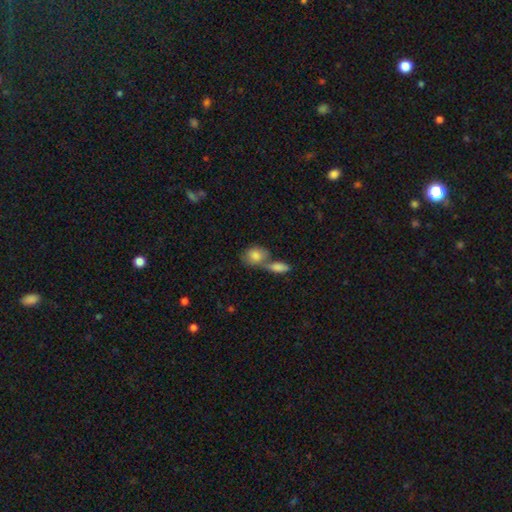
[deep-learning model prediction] Smooth or featured?
  - smooth: 82% *
  - featured or disk: 11%
  - star or artifact: 7%
How rounded?
  - in between: 64% *
  - round: 34%
  - cigar-shaped: 3%
Merging?
  - merger: 51% *
  - none: 34%
  - minor disturbance: 10%
  - major disturbance: 5%